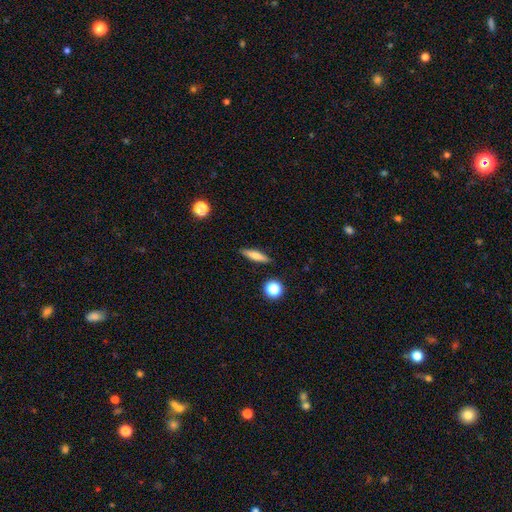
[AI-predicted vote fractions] Smooth or featured?
  - smooth: 69% *
  - featured or disk: 23%
  - star or artifact: 8%
How rounded?
  - cigar-shaped: 69% *
  - in between: 26%
  - round: 4%
Merging?
  - none: 88% *
  - minor disturbance: 8%
  - major disturbance: 2%
  - merger: 2%